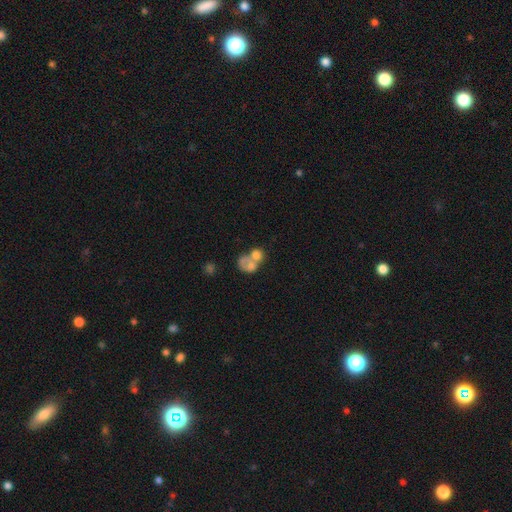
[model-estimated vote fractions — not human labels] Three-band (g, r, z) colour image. It shows a smooth galaxy with no disk features (63%) that is round (57%). Merging: merger (65%).